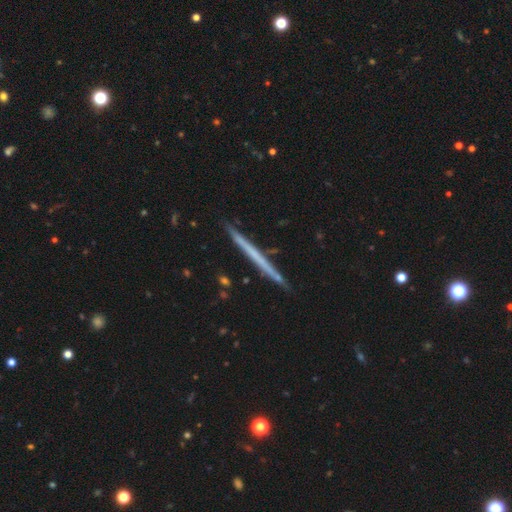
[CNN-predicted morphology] Overall: featured or disk (54%; smooth 40%). Edge-on disk: yes (98%). Edge-on bulge: none (94%). Merging: none (90%).